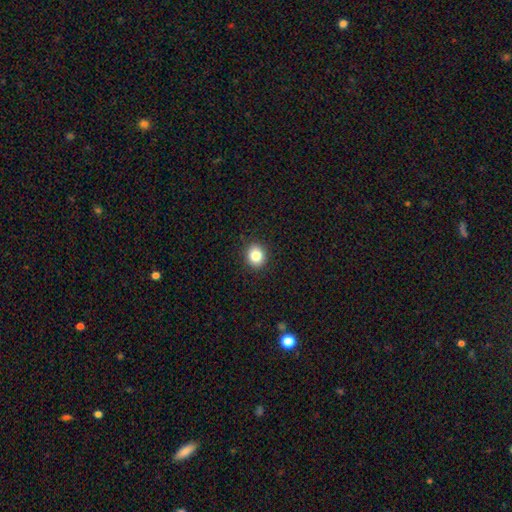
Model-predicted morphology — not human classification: A smooth galaxy with no disk features (82%) that is round (78%). Merging: none (91%).